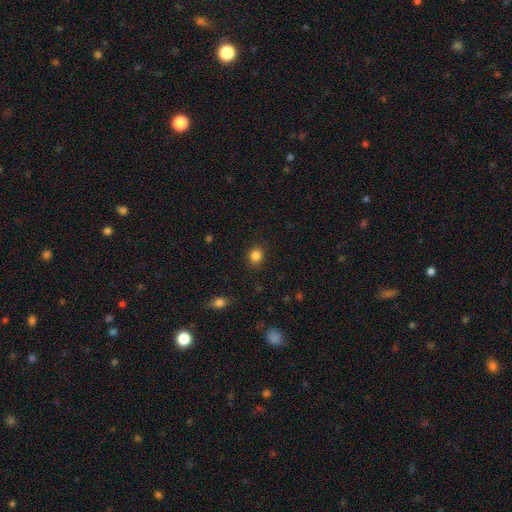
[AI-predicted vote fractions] A smooth galaxy with no disk features (85%) that is round (74%).

Vote fractions:
- Smooth or featured? smooth: 85% / star or artifact: 11% / featured or disk: 4%
- How rounded? round: 74% / in between: 25% / cigar-shaped: 1%
- Merging? none: 89% / minor disturbance: 8% / major disturbance: 3% / merger: 1%